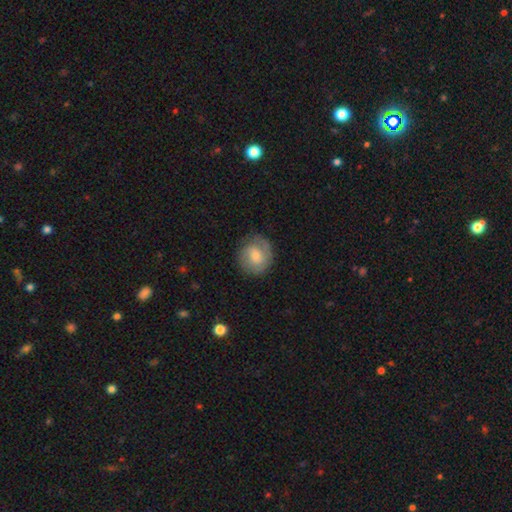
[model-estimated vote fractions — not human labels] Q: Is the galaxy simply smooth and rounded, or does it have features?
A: smooth — 51%.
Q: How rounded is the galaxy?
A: round — 79%.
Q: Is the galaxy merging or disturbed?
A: none — 76%.